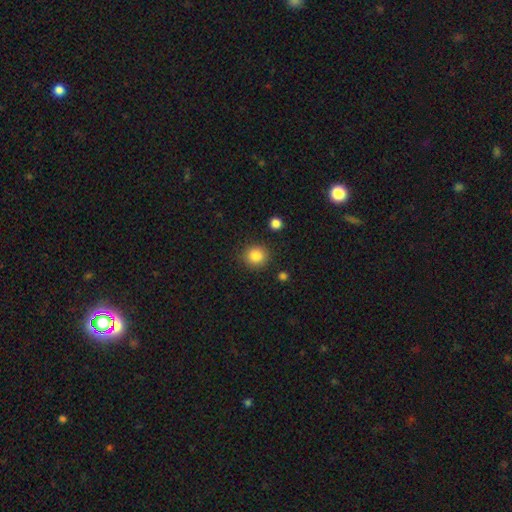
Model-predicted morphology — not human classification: Smooth or featured? Predicted: smooth (p=0.86). How rounded? Predicted: round (p=0.89). Merging? Predicted: none (p=0.88).